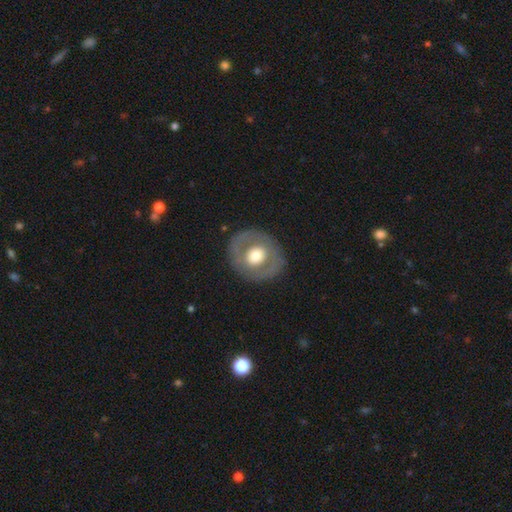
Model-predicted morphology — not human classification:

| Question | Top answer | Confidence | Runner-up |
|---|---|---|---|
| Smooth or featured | featured or disk | 48% | smooth (46%) |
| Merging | none | 84% | minor disturbance (9%) |